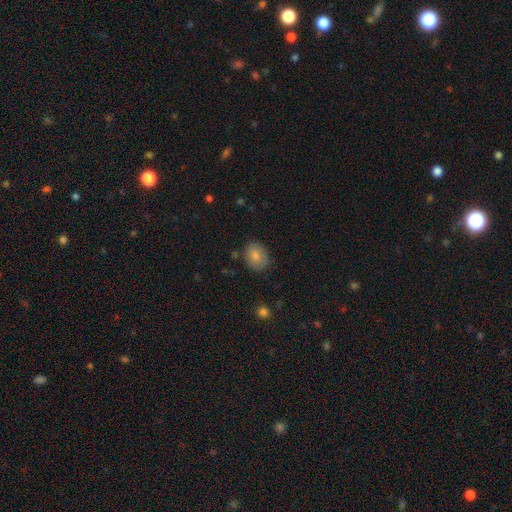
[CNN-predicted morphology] A smooth galaxy with no disk features (82%) that is in between round and cigar-shaped (57%). Merging: none (80%).